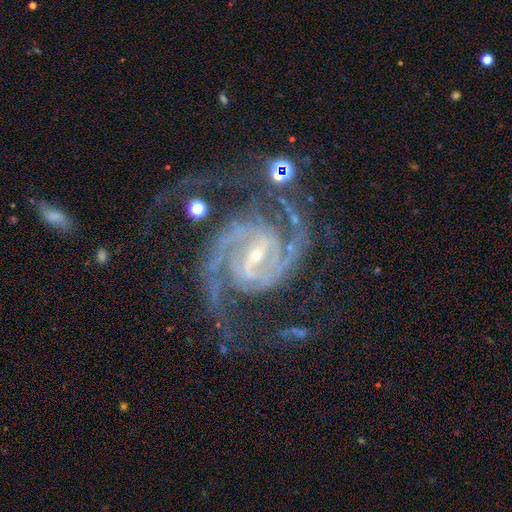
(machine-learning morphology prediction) smooth_or_featured: featured or disk (p=0.93) [alt: star or artifact p=0.05]
disk_edge_on: no (p=0.98) [alt: yes p=0.02]
bar: strong (p=0.47) [alt: weak p=0.39]
has_spiral_arms: yes (p=0.99) [alt: no p=0.01]
spiral_winding: medium (p=0.55) [alt: tight p=0.35]
spiral_arm_count: 2 (p=0.74) [alt: 3 p=0.11]
bulge_size: small (p=0.76) [alt: moderate p=0.19]
merging: none (p=0.63) [alt: major disturbance p=0.17]